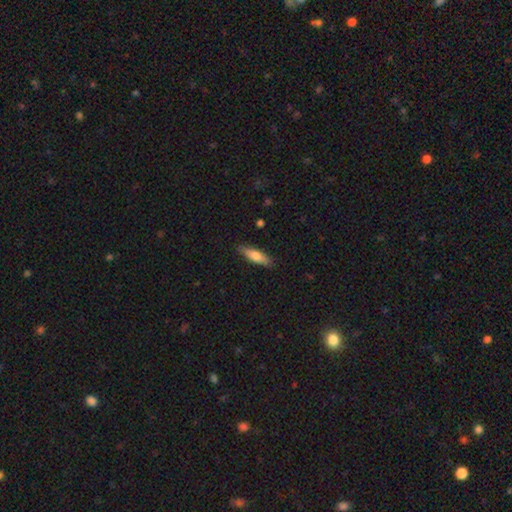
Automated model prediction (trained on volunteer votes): This is likely a smooth galaxy (66%). How rounded: likely cigar-shaped (65%). Merging: clearly none (88%).